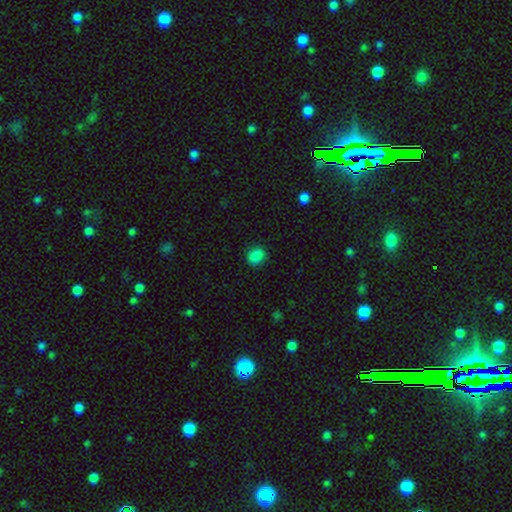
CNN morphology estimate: This appears to be a smooth galaxy with no disk features (86%) that is round (52%). Merging: none (85%).